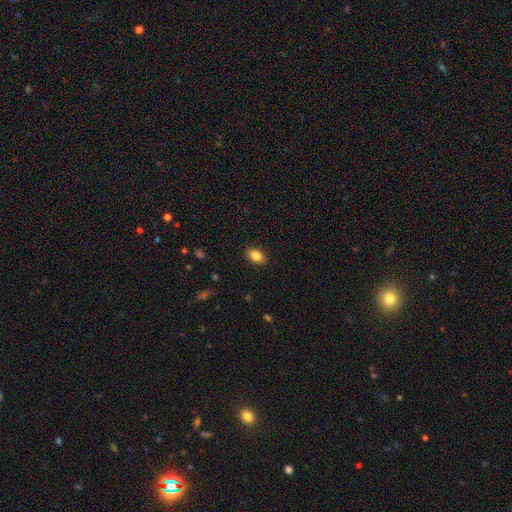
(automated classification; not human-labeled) Morphology: type=smooth (84%); roundness=in between (84%); merging=none (87%).